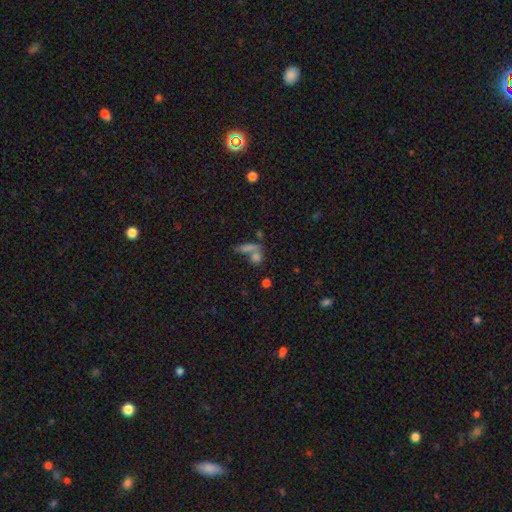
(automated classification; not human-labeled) Morphology: type=smooth (65%); roundness=in between (40%); merging=none (46%).